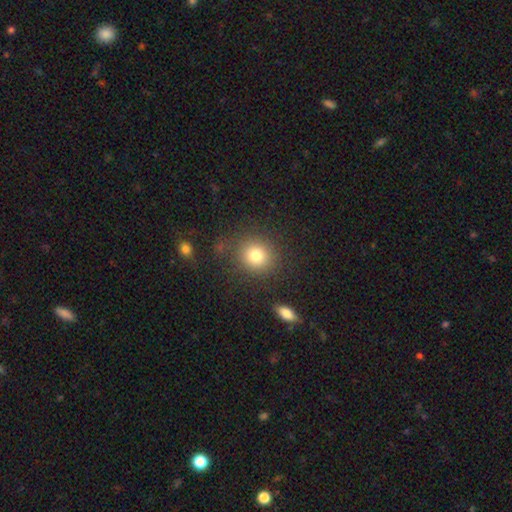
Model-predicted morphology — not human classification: type=smooth (79%); roundness=round (87%); merging=none (83%).